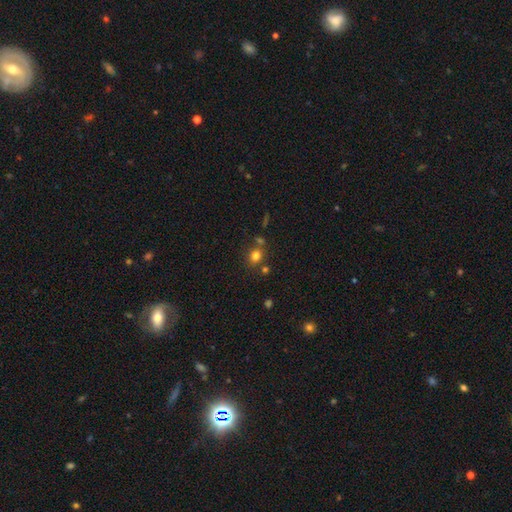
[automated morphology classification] A smooth galaxy with no disk features (77%) that is round (72%). Merging: none (69%).